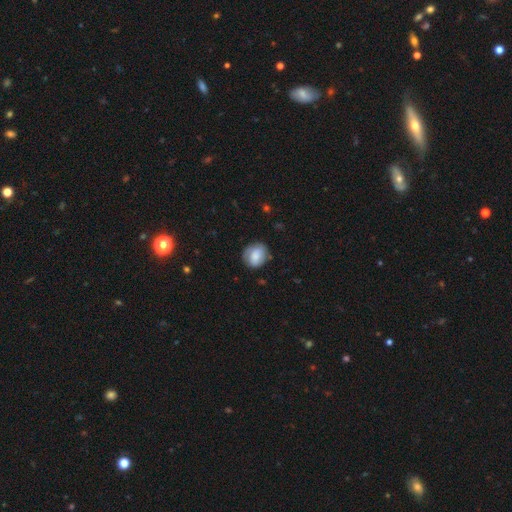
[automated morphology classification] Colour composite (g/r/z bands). It shows a smooth galaxy with no disk features (74%) that is round (62%). Merging: none (71%).